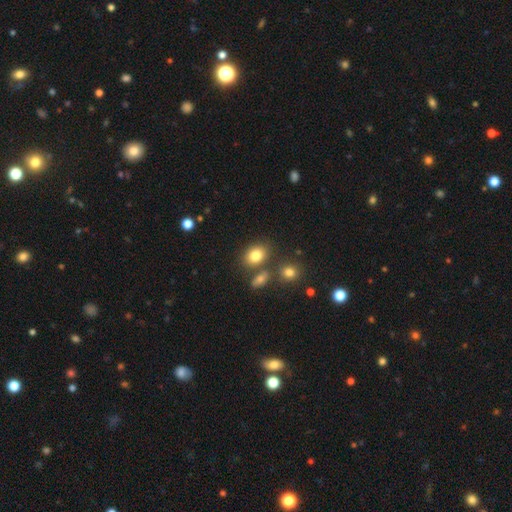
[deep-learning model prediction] smooth_or_featured: smooth (p=0.81) [alt: star or artifact p=0.10]
how_rounded: in between (p=0.66) [alt: round p=0.32]
merging: none (p=0.68) [alt: merger p=0.16]